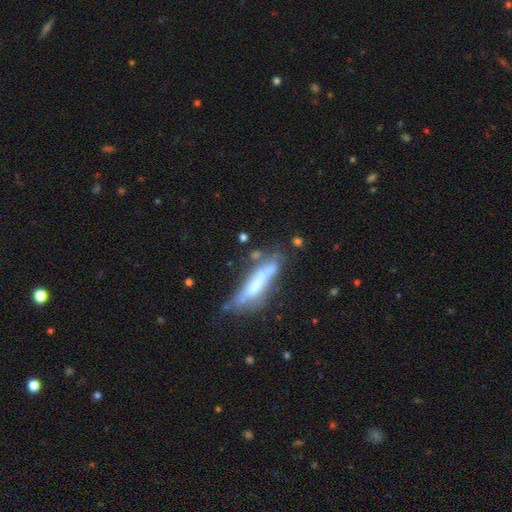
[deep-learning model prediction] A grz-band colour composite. It shows a featured or disk galaxy (50%). Merging: none (43%).